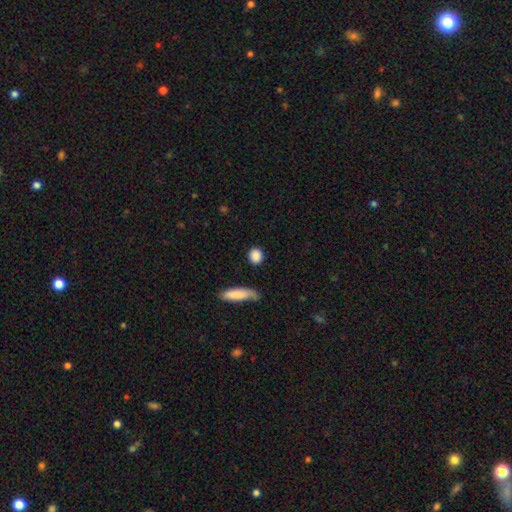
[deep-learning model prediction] This is clearly a smooth galaxy (88%). How rounded: likely round (64%). Merging: clearly none (85%).